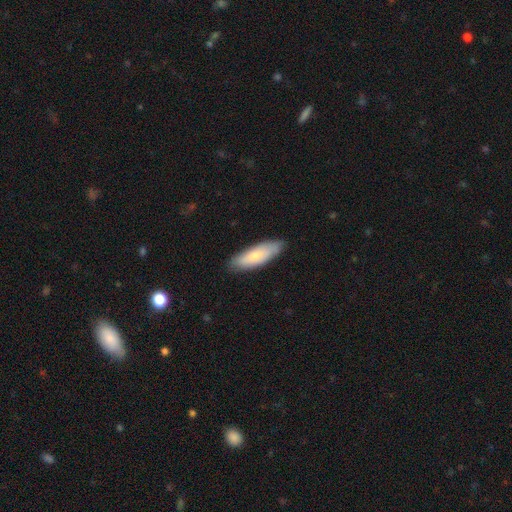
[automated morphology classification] A smooth galaxy with no disk features (71%) that is in between round and cigar-shaped (55%).

Vote fractions:
- Smooth or featured? smooth: 71% / featured or disk: 24% / star or artifact: 5%
- How rounded? in between: 55% / cigar-shaped: 43% / round: 2%
- Merging? none: 83% / minor disturbance: 14% / major disturbance: 2% / merger: 1%